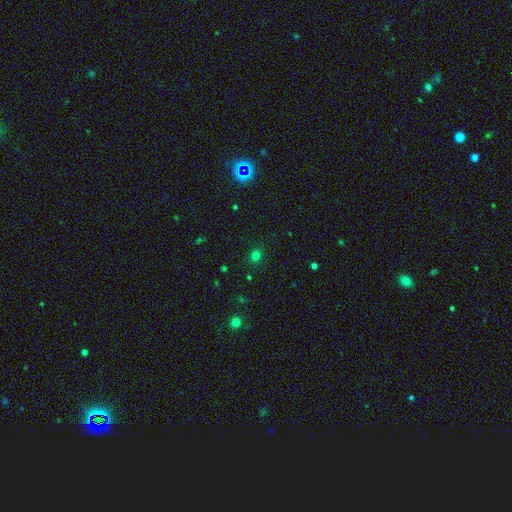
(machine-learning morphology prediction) This appears to be a smooth galaxy with no disk features (72%) that is round (79%). Merging: none (86%).